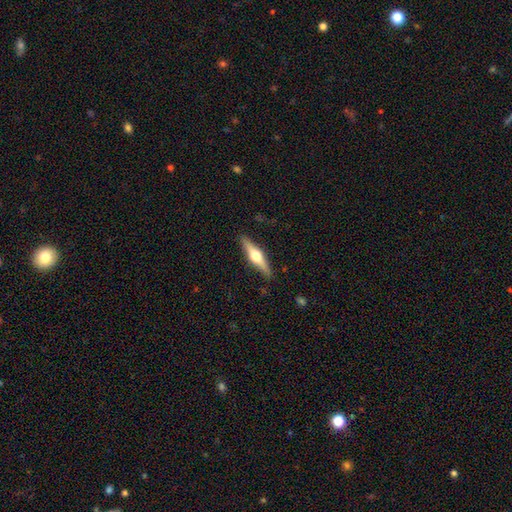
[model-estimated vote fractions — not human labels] Overall: featured or disk (67%; smooth 28%). Edge-on disk: yes (97%). Edge-on bulge: rounded (95%). Merging: none (88%).